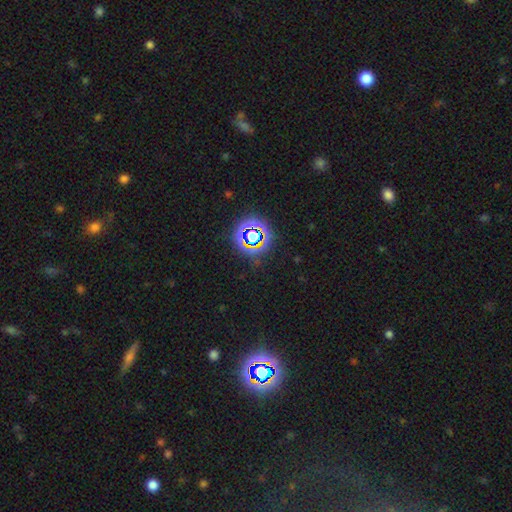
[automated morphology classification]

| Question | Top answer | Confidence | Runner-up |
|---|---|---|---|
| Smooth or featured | star or artifact | 75% | smooth (17%) |